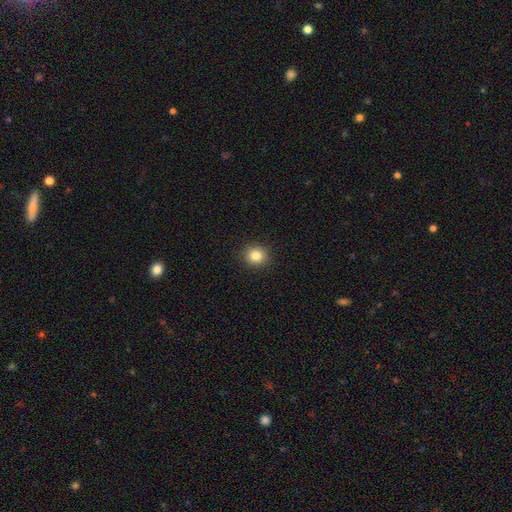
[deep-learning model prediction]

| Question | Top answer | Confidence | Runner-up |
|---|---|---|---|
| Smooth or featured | smooth | 84% | star or artifact (11%) |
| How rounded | round | 87% | in between (12%) |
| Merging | none | 92% | minor disturbance (5%) |